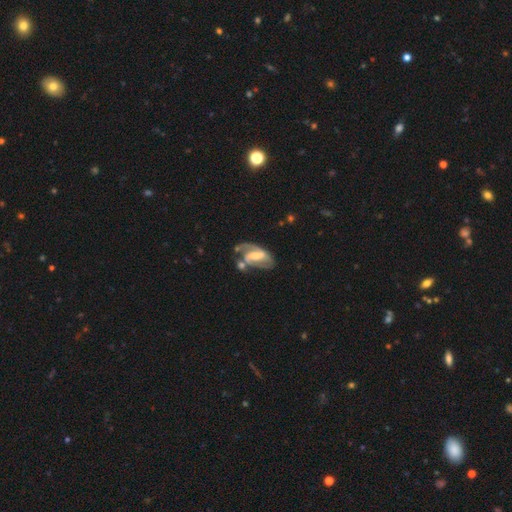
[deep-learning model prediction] Smooth or featured? featured or disk (84%)
Edge-on disk? no (96%)
Bar? strong (44%)
Spiral arms? yes (93%)
Spiral winding? medium (51%)
Spiral arm count? 2 (78%)
Bulge size? moderate (44%)
Merging? none (46%)